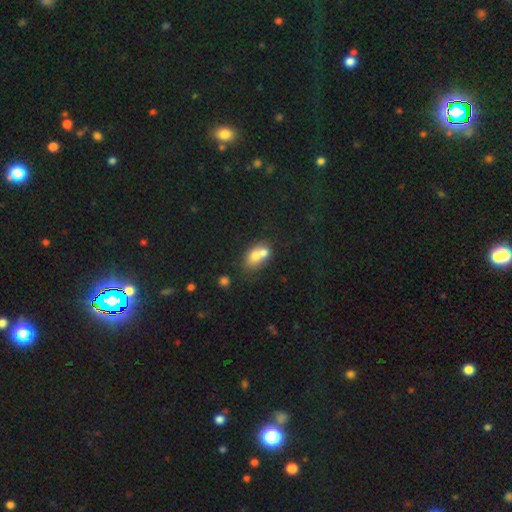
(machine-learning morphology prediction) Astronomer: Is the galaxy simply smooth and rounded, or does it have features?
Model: smooth — 69%.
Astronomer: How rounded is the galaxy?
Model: in between — 69%.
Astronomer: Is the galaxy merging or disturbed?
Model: merger — 60%.